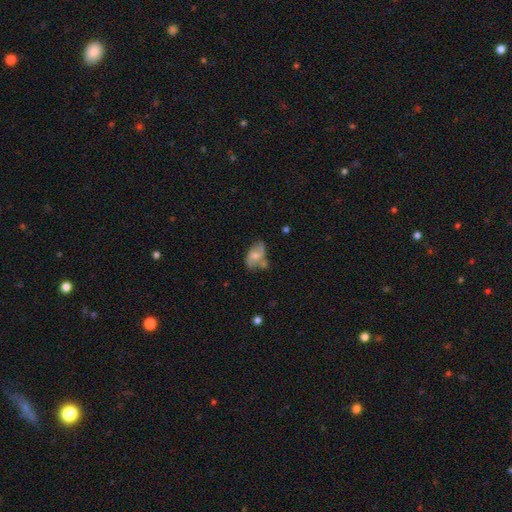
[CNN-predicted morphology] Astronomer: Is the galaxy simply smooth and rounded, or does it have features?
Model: smooth — 50% (runner-up: featured or disk, 41%).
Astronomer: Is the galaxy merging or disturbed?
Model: none — 40% (runner-up: minor disturbance, 26%).